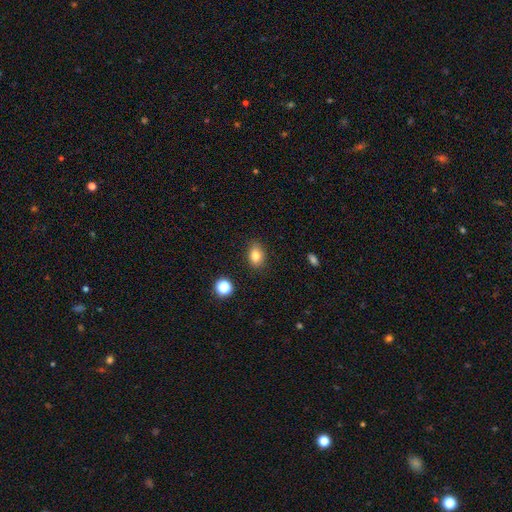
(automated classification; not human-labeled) Morphology: type=smooth (81%); roundness=in between (75%); merging=none (83%).